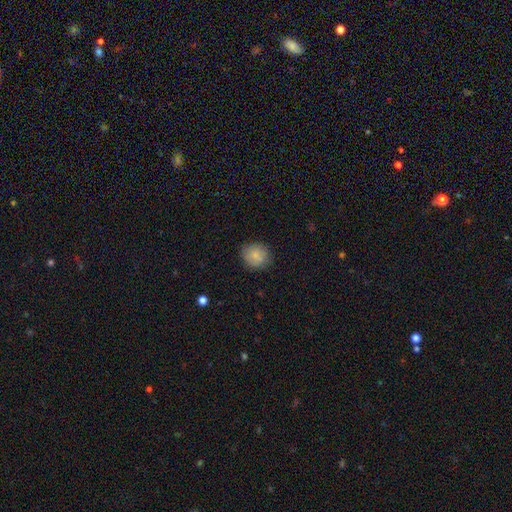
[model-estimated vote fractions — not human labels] A smooth galaxy with no disk features (82%) that is round (83%). Merging: none (81%).